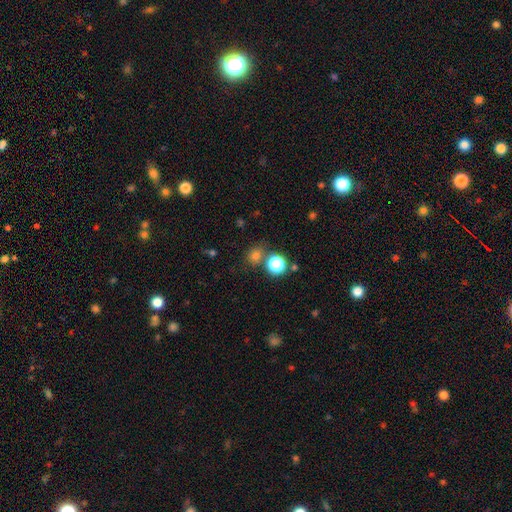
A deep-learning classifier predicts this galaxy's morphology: smooth_or_featured: smooth (p=0.73) [alt: star or artifact p=0.20]
how_rounded: round (p=0.81) [alt: in between p=0.18]
merging: none (p=0.71) [alt: merger p=0.15]